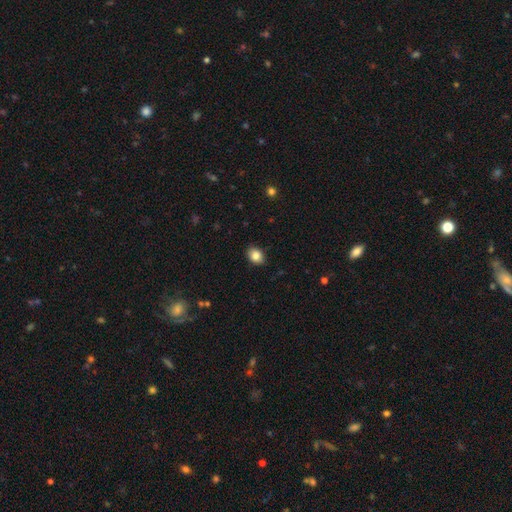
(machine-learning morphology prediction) smooth-or-featured: smooth: 85% | star or artifact: 9% | featured or disk: 7%
  how-rounded: in between: 68% | round: 31% | cigar-shaped: 1%
  merging: none: 88% | minor disturbance: 9% | major disturbance: 2% | merger: 1%